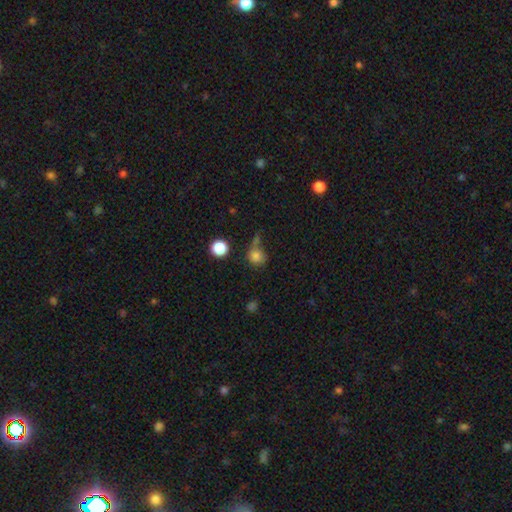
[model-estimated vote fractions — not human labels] Smooth or featured: smooth — 79% (star or artifact — 13%)
How rounded: round — 84% (in between — 15%)
Merging: none — 51% (merger — 23%)